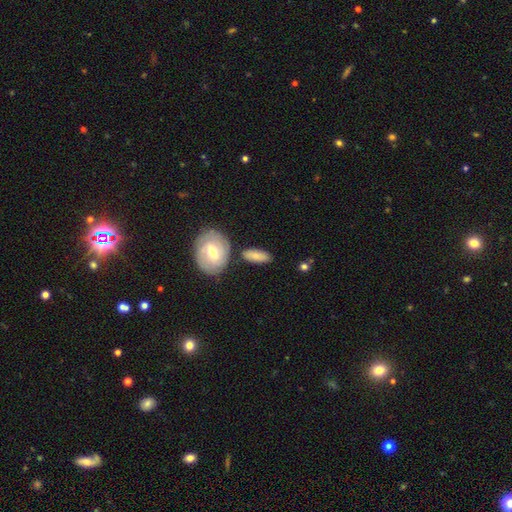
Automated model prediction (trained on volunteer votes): Overall: smooth (75%). How rounded: in between (78%). Merging: none (72%).